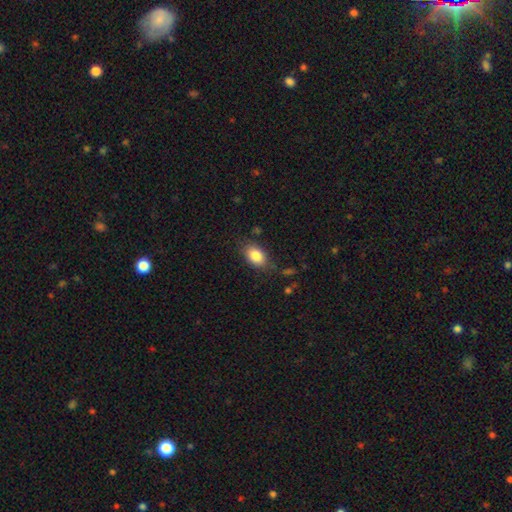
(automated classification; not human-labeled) Smooth or featured?
  - smooth: 84% *
  - featured or disk: 9%
  - star or artifact: 8%
How rounded?
  - in between: 84% *
  - round: 14%
  - cigar-shaped: 2%
Merging?
  - none: 75% *
  - minor disturbance: 18%
  - major disturbance: 5%
  - merger: 2%